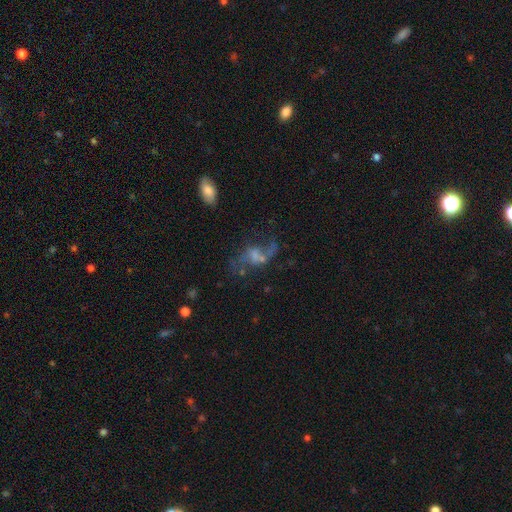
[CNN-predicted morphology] This appears to be a featured or disk galaxy (64%) with no bar (58%), spiral arms (67%) and a small central bulge (39%). Merging: none (40%).